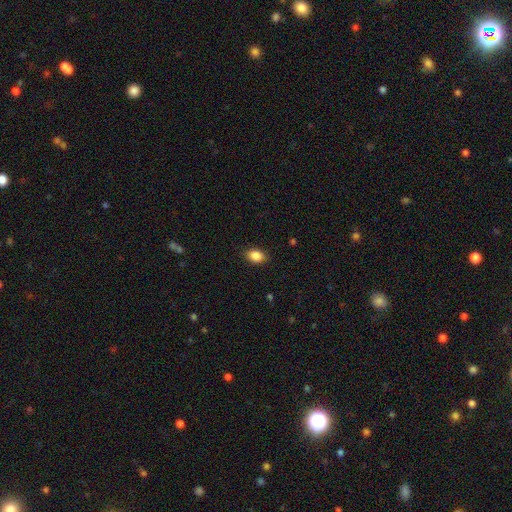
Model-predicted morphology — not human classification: smooth-or-featured: smooth: 87% | star or artifact: 8% | featured or disk: 4%
  how-rounded: in between: 80% | round: 19% | cigar-shaped: 1%
  merging: none: 87% | minor disturbance: 10% | major disturbance: 2% | merger: 1%